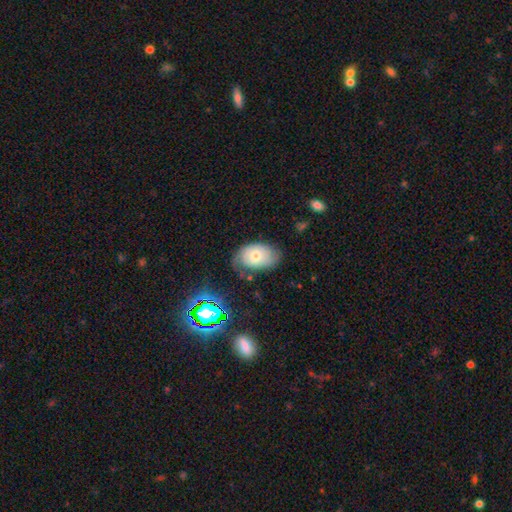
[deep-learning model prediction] Q: Smooth or featured?
A: smooth (58%); runner-up: featured or disk (32%)
Q: How rounded?
A: in between (87%); runner-up: round (12%)
Q: Merging?
A: none (59%); runner-up: minor disturbance (28%)